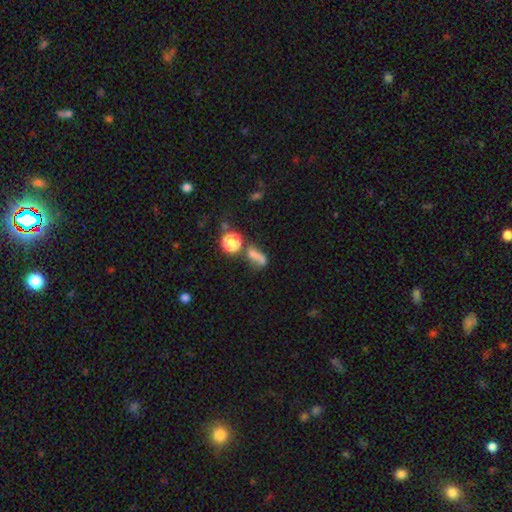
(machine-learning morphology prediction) Smooth or featured: smooth — 60% (star or artifact — 22%)
How rounded: in between — 47% (round — 36%)
Merging: merger — 34% (none — 32%)